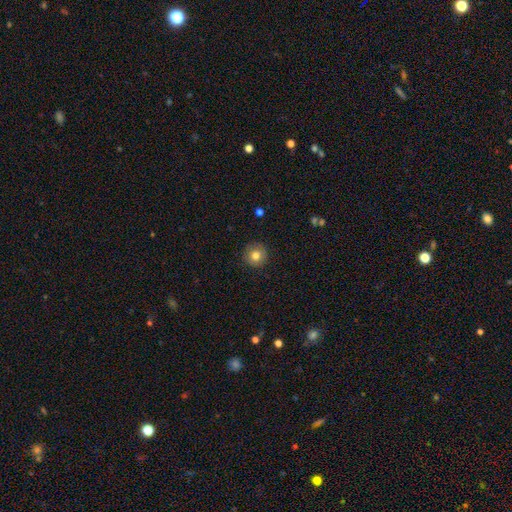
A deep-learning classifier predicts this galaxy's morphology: This is clearly a smooth galaxy (80%). How rounded: clearly round (95%). Merging: clearly none (90%).